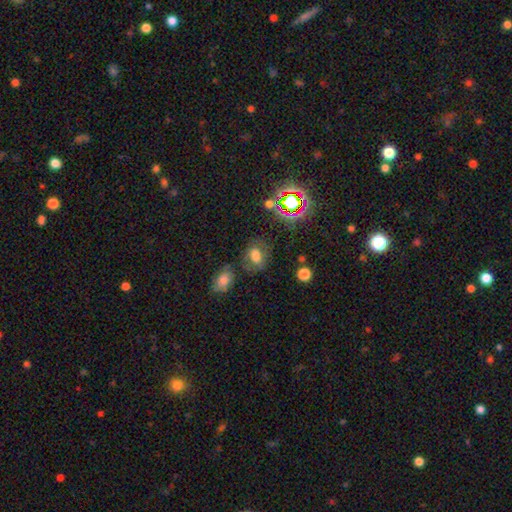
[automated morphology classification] Overall: smooth (61%; featured or disk 21%). How rounded: in between (65%; round 33%). Merging: none (69%).